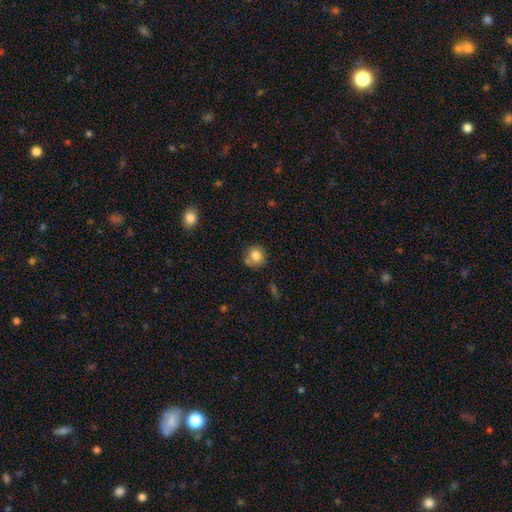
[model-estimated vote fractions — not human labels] smooth_or_featured: smooth (p=0.81) [alt: star or artifact p=0.10]
how_rounded: round (p=0.89) [alt: in between p=0.10]
merging: none (p=0.73) [alt: minor disturbance p=0.15]